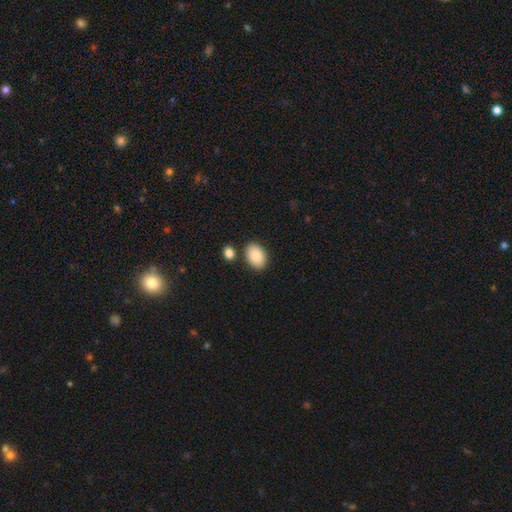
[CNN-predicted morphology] This is clearly a smooth galaxy (88%). How rounded: clearly in between (90%). Merging: clearly none (81%).